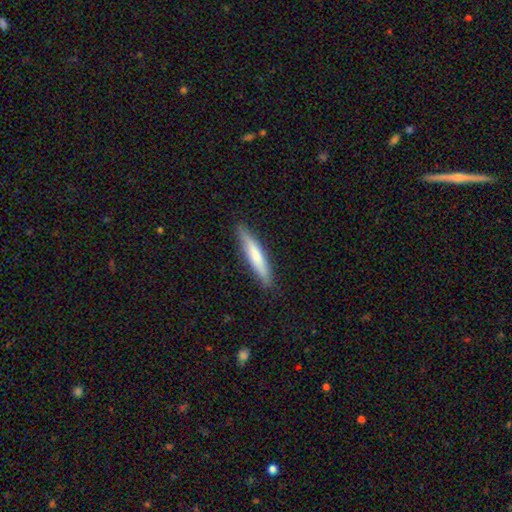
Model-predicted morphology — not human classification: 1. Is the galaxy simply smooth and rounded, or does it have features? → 65% smooth, 30% featured or disk, 5% star or artifact.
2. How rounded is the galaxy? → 91% cigar-shaped, 8% in between, 1% round.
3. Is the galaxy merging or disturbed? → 87% none, 10% minor disturbance, 2% major disturbance, 1% merger.